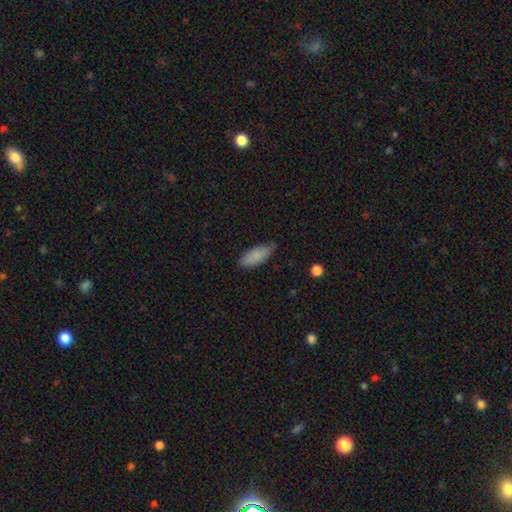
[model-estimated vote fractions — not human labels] Morphology: type=smooth (84%); roundness=in between (81%); merging=none (71%).